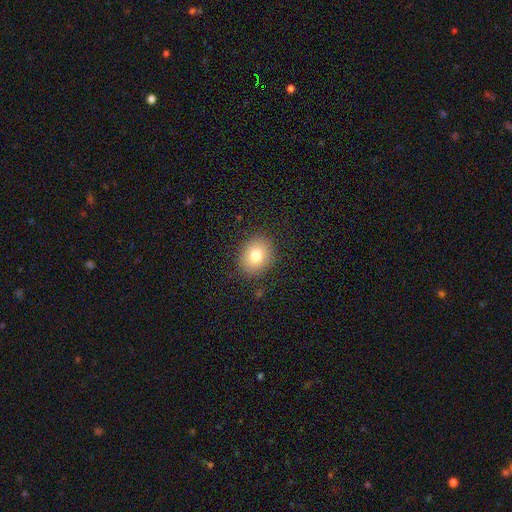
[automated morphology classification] smooth_or_featured: smooth (p=0.79) [alt: featured or disk p=0.11]
how_rounded: round (p=0.62) [alt: in between p=0.37]
merging: none (p=0.87) [alt: minor disturbance p=0.09]